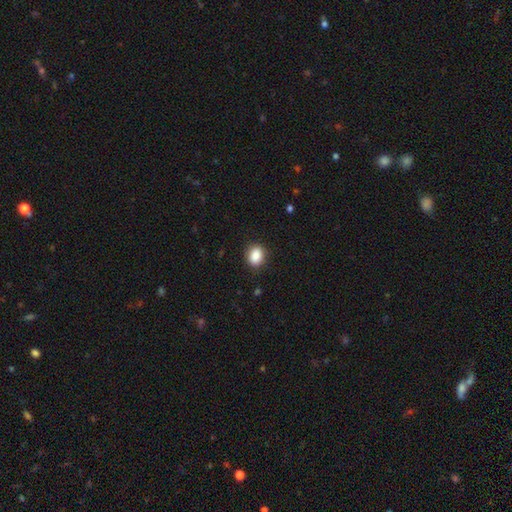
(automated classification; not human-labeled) Q: Smooth or featured?
A: smooth (88%); runner-up: star or artifact (8%)
Q: How rounded?
A: in between (60%); runner-up: round (39%)
Q: Merging?
A: none (87%); runner-up: minor disturbance (9%)